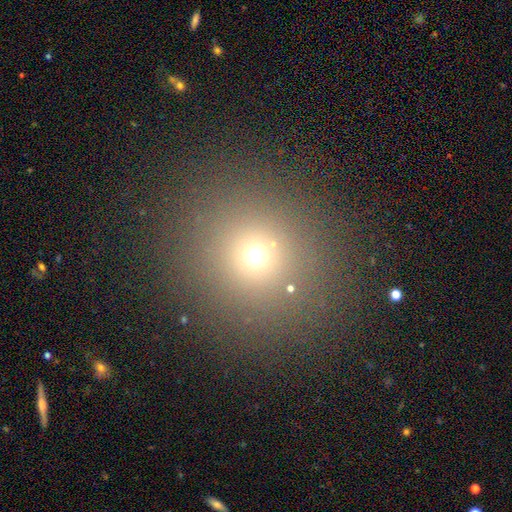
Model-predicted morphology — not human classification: smooth-or-featured: smooth: 65% | star or artifact: 27% | featured or disk: 8%
  how-rounded: round: 90% | in between: 9% | cigar-shaped: 1%
  merging: none: 84% | minor disturbance: 8% | major disturbance: 4% | merger: 4%